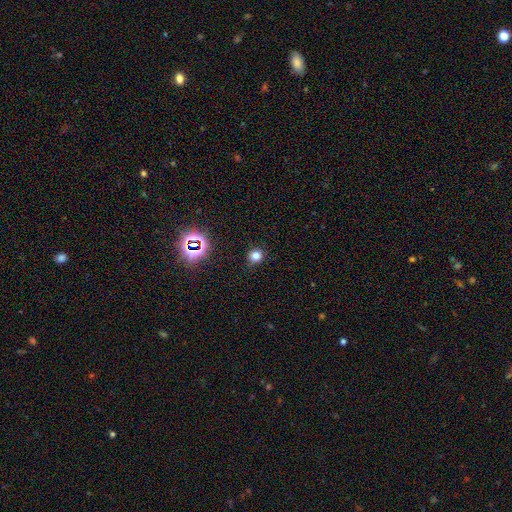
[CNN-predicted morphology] Overall: smooth (75%). How rounded: round (85%). Merging: none (85%).